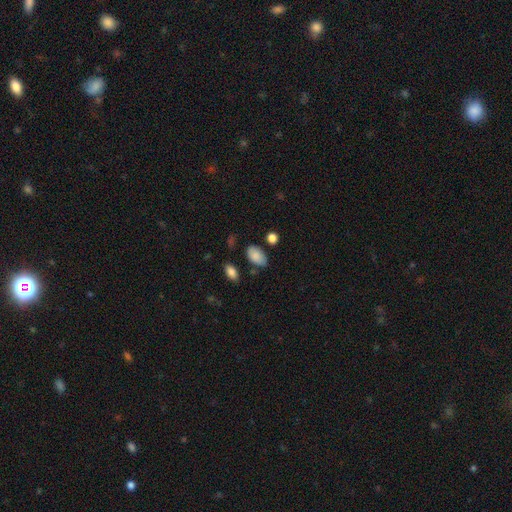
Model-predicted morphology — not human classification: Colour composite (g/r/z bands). It shows a smooth galaxy with no disk features (86%) that is in between round and cigar-shaped (93%). Merging: none (75%).